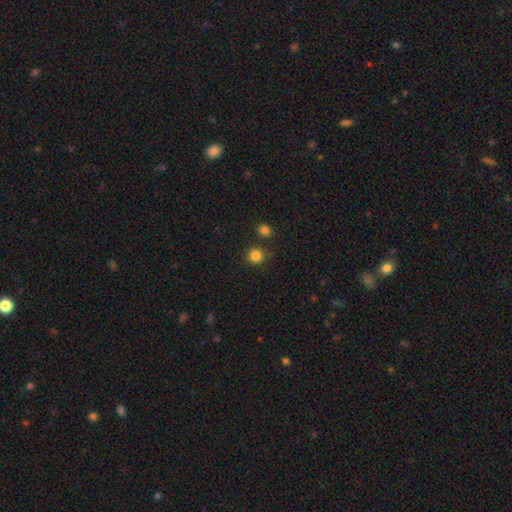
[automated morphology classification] The model was most divided on "smooth or featured": smooth: 83%, star or artifact: 13%, featured or disk: 4%. More confident: how rounded — round (93%); merging — none (82%).